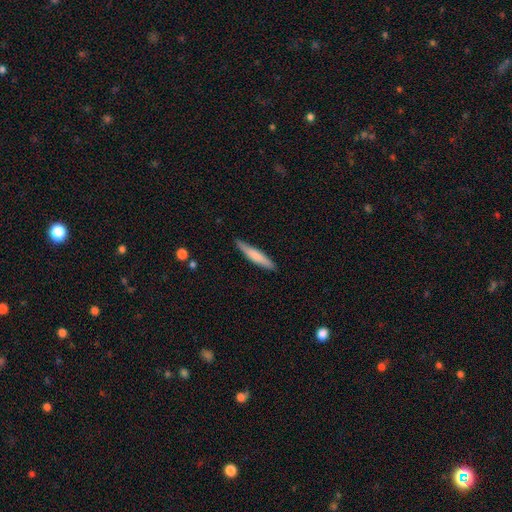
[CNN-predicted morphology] type=smooth (70%); roundness=cigar-shaped (91%); merging=none (84%).